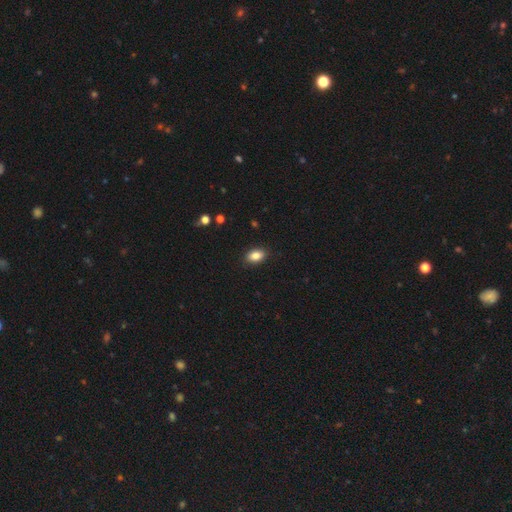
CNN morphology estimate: Smooth or featured?
  - smooth: 86% *
  - star or artifact: 8%
  - featured or disk: 6%
How rounded?
  - in between: 87% *
  - round: 12%
  - cigar-shaped: 2%
Merging?
  - none: 89% *
  - minor disturbance: 8%
  - major disturbance: 2%
  - merger: 1%